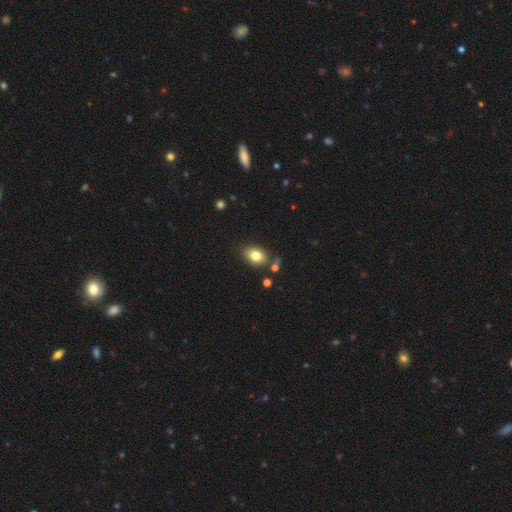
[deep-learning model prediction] The model was most divided on "how rounded": in between: 73%, round: 26%, cigar-shaped: 1%. More confident: smooth or featured — smooth (80%); merging — none (78%).